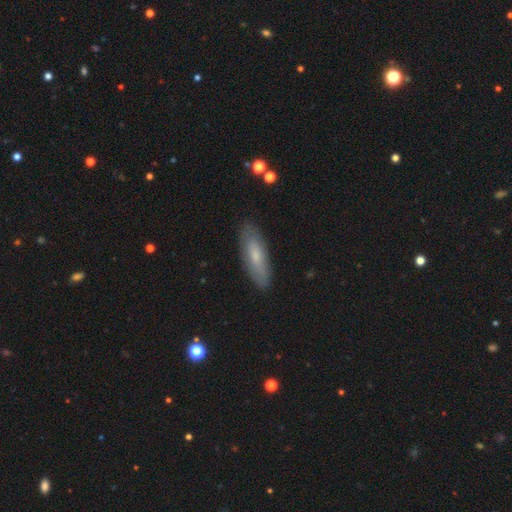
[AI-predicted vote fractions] A smooth galaxy with no disk features (62%) that is in between round and cigar-shaped (50%). Merging: none (85%).